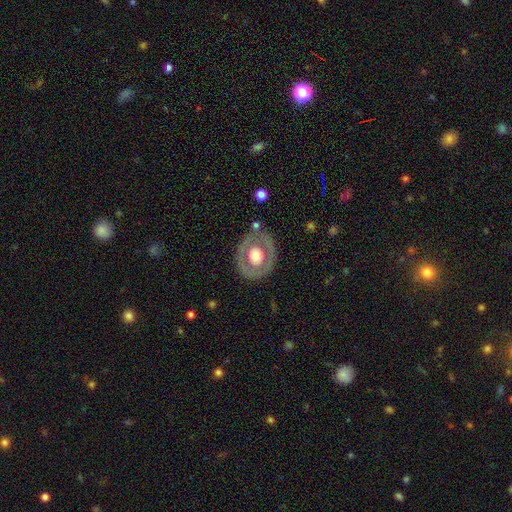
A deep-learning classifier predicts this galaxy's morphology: Overall: featured or disk (52%; smooth 42%). Edge-on disk: no (93%). Merging: none (77%).